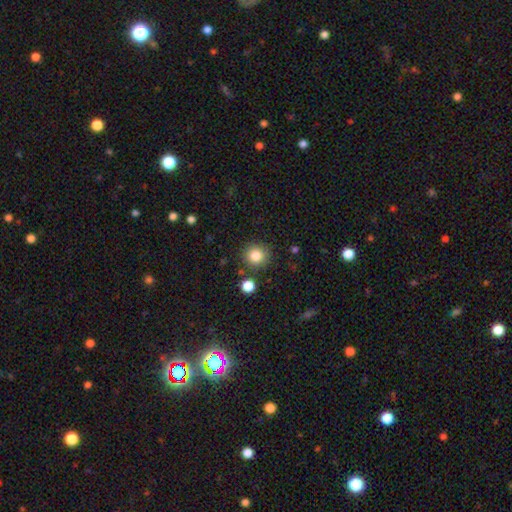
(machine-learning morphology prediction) type=smooth (83%); roundness=round (91%); merging=none (86%).